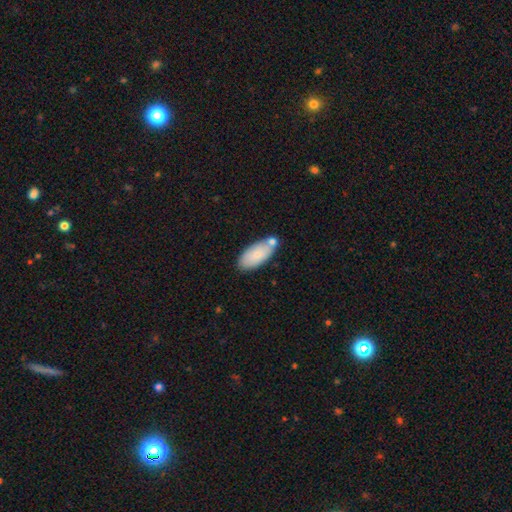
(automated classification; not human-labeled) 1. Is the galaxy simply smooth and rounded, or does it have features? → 76% smooth, 18% featured or disk, 6% star or artifact.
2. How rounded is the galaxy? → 89% in between, 9% cigar-shaped, 2% round.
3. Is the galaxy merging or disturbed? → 63% none, 17% merger, 17% minor disturbance, 3% major disturbance.